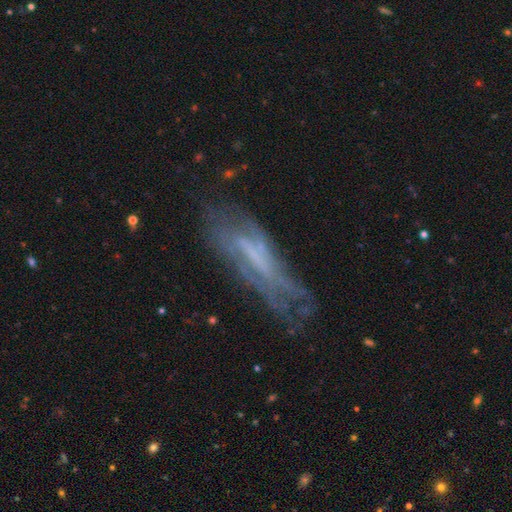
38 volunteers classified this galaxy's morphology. Smooth or featured? 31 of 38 (82%) said featured or disk. Edge-on disk? 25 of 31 (81%) said no. Bar? 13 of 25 (52%) said no. Spiral arms? 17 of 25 (68%) said no. Bulge size? 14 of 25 (56%) said none. Merging? 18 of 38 (47%) said none.